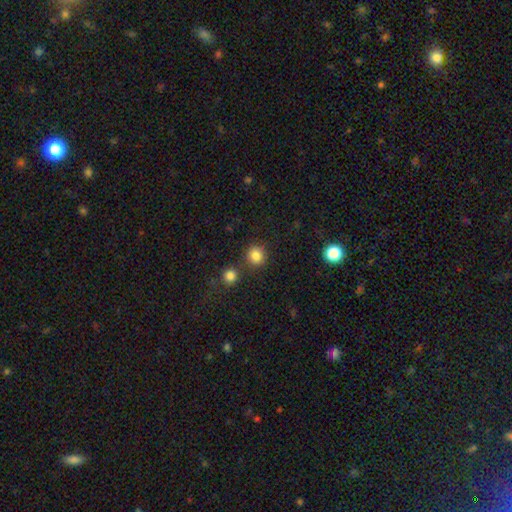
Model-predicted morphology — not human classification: This is clearly a smooth galaxy (84%). How rounded: clearly round (88%). Merging: likely none (79%).